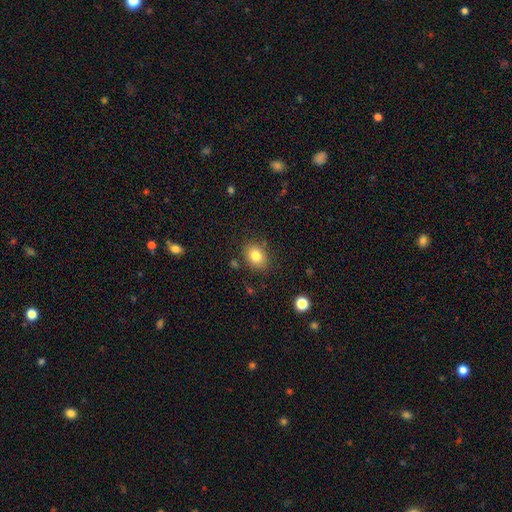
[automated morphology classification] The model was most divided on "how rounded": in between: 61%, round: 38%, cigar-shaped: 1%. More confident: merging — none (83%); smooth or featured — smooth (81%).